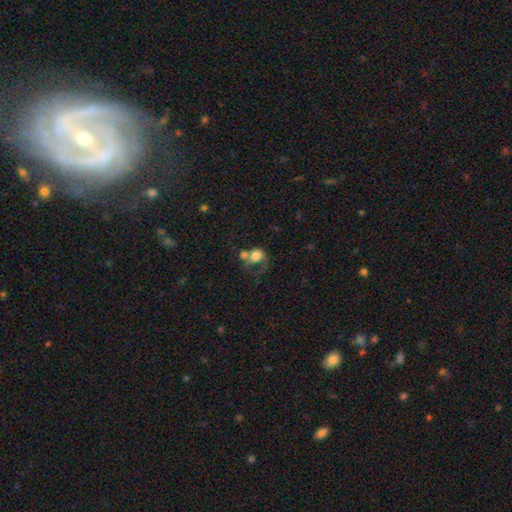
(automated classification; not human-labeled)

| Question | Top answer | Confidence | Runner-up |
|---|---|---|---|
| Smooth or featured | smooth | 58% | featured or disk (32%) |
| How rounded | round | 58% | in between (41%) |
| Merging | merger | 41% | major disturbance (31%) |